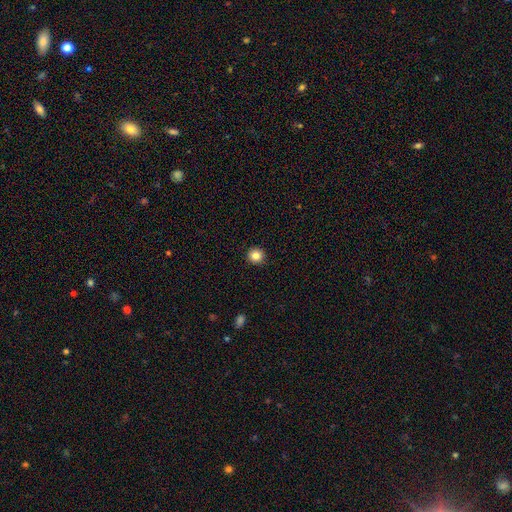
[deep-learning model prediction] smooth 83%, star or artifact 11%, featured or disk 6%. Down the decision tree: how rounded — round (95%); merging — none (93%).